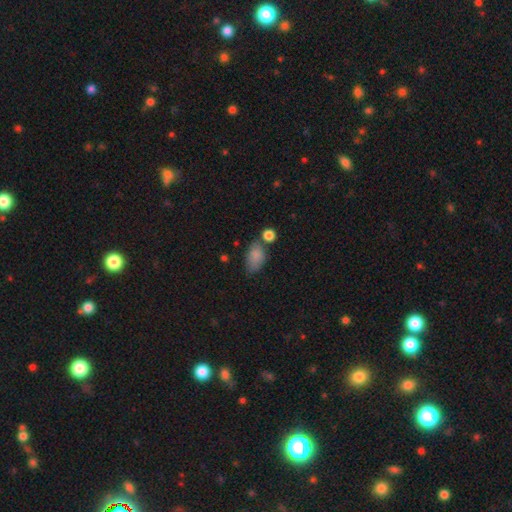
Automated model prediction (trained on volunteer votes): Morphology: type=smooth (83%); roundness=in between (87%); merging=none (51%).